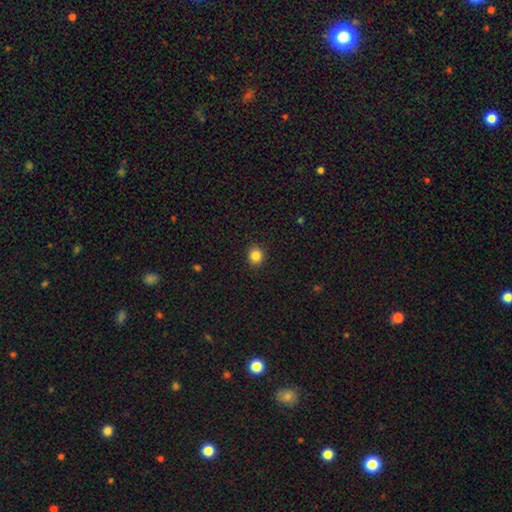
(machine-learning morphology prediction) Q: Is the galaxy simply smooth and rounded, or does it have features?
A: smooth — 85%.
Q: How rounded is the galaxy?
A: round — 90%.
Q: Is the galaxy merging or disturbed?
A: none — 92%.